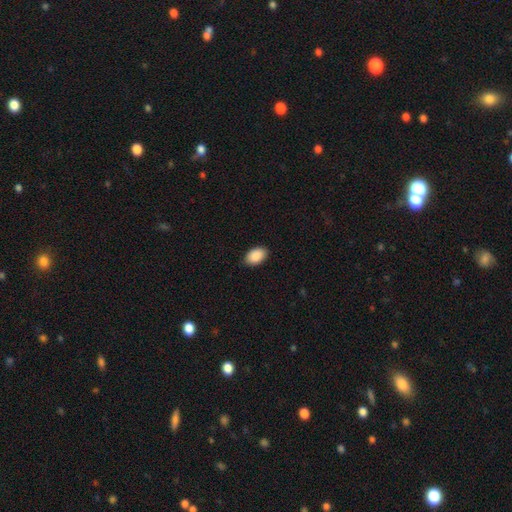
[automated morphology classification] Smooth or featured?
  - smooth: 90% *
  - star or artifact: 7%
  - featured or disk: 3%
How rounded?
  - in between: 90% *
  - round: 9%
  - cigar-shaped: 1%
Merging?
  - none: 87% *
  - minor disturbance: 10%
  - major disturbance: 2%
  - merger: 1%